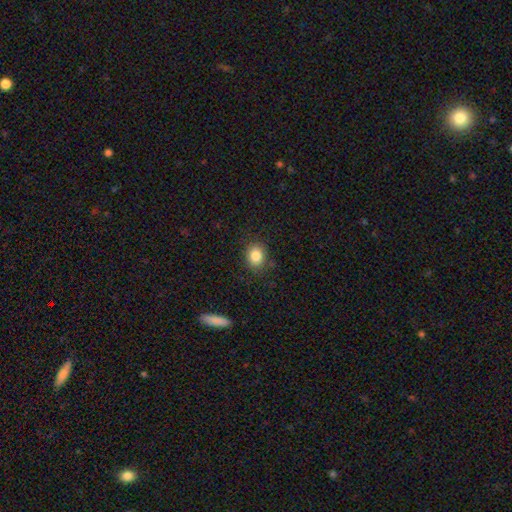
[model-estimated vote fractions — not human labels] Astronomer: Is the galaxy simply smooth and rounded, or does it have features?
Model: smooth — 84%.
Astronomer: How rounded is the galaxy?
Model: round — 58% (runner-up: in between, 41%).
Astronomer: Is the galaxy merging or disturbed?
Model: none — 85%.